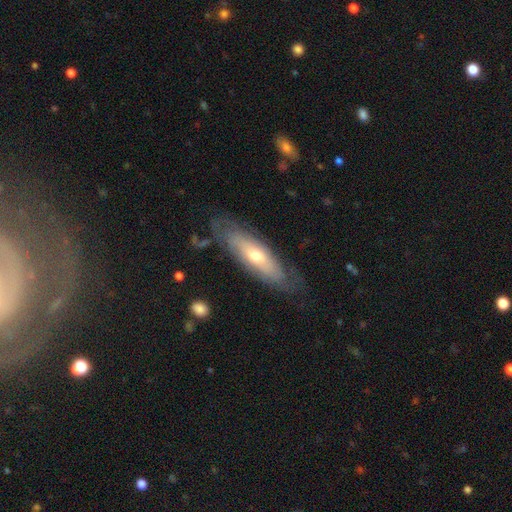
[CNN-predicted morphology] smooth_or_featured: featured or disk (p=0.55) [alt: smooth p=0.39]
disk_edge_on: no (p=0.62) [alt: yes p=0.38]
merging: none (p=0.73) [alt: minor disturbance p=0.18]